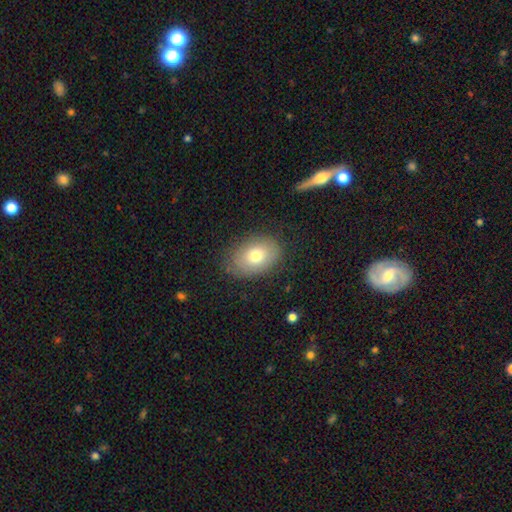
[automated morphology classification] This appears to be a smooth galaxy with no disk features (74%) that is in between round and cigar-shaped (79%). Merging: none (81%).